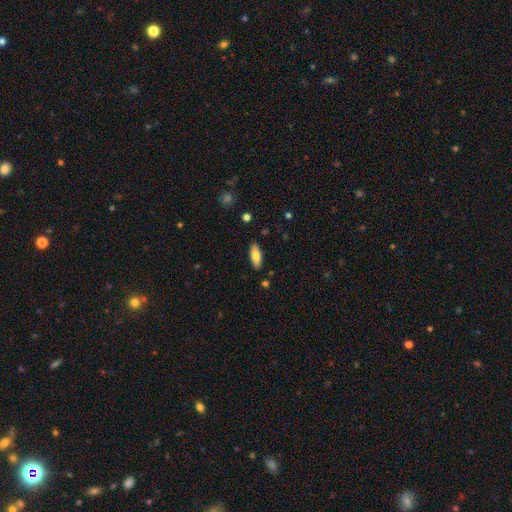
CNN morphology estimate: The model was most divided on "how rounded": in between: 74%, cigar-shaped: 24%, round: 2%. More confident: merging — none (87%); smooth or featured — smooth (78%).